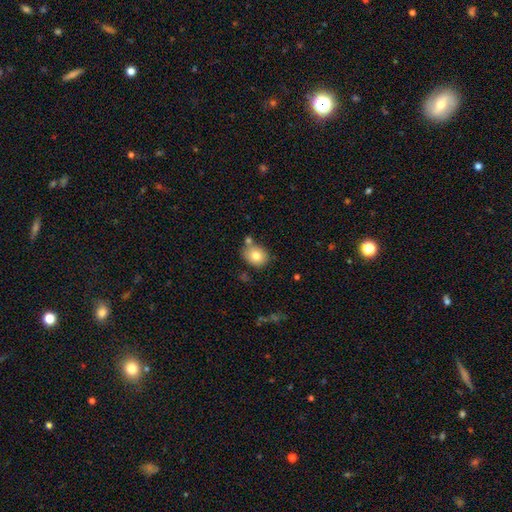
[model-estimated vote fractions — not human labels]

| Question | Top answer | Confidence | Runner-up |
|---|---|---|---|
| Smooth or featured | smooth | 78% | featured or disk (13%) |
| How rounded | round | 52% | in between (47%) |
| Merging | none | 68% | minor disturbance (14%) |